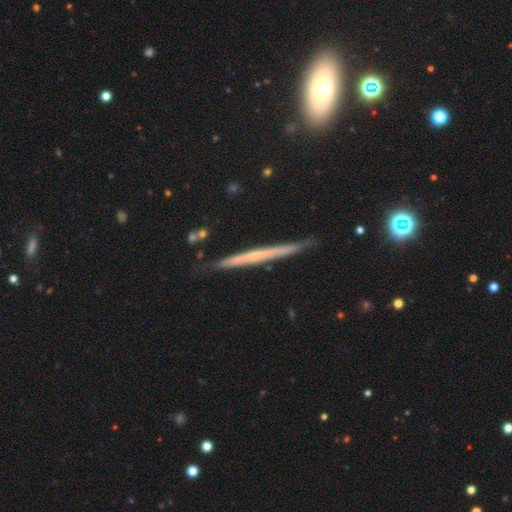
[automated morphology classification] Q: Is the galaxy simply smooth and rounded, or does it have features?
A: featured or disk — 61%.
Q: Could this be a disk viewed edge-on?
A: yes — 97%.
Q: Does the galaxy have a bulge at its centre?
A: none — 75%.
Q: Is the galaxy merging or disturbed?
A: none — 84%.